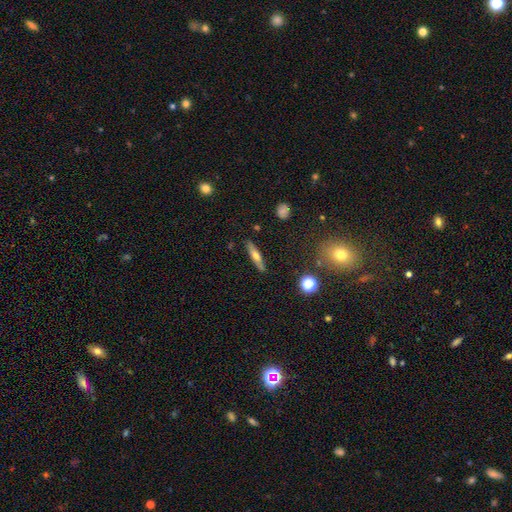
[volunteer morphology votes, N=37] smooth-or-featured: featured or disk: 57% | smooth: 43% | star or artifact: 0%
  disk-edge-on: yes: 95% | no: 5%
    edge-on-bulge: rounded: 95% | boxy: 5% | none: 0%
  merging: none: 81% | minor disturbance: 14% | major disturbance: 5% | merger: 0%